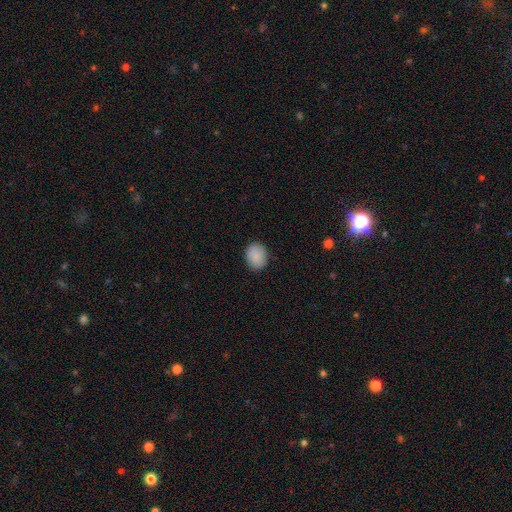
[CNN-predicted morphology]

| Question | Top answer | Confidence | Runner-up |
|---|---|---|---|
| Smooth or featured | smooth | 88% | star or artifact (7%) |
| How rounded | round | 52% | in between (47%) |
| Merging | none | 87% | minor disturbance (10%) |